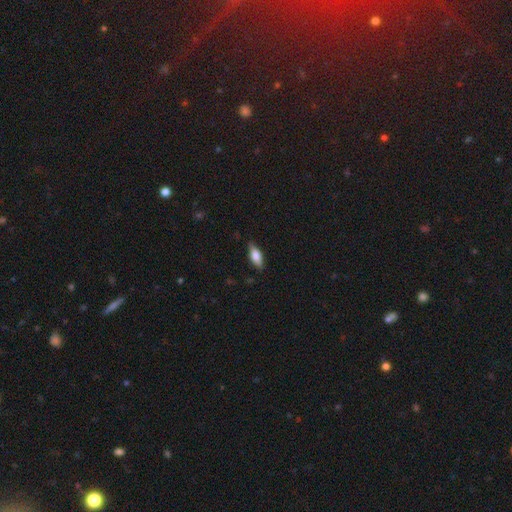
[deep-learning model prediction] Smooth or featured? smooth (67%)
How rounded? in between (73%)
Merging? none (83%)